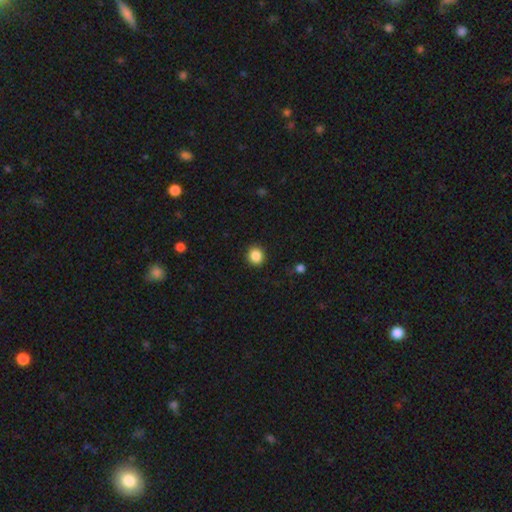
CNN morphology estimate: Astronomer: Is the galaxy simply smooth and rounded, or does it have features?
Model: smooth — 87%.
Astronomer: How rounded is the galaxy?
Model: round — 84%.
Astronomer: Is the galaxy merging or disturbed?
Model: none — 91%.